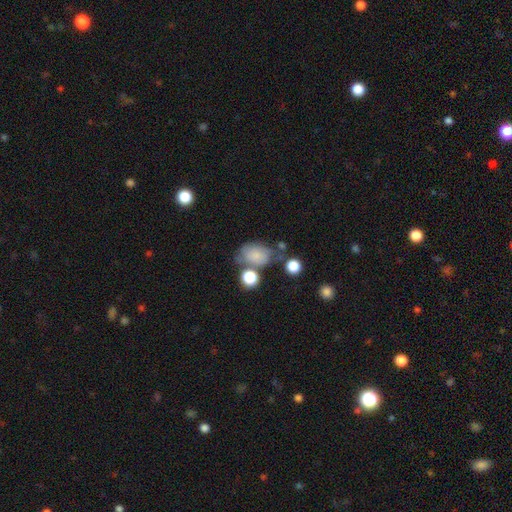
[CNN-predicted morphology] Overall: smooth (72%). How rounded: in between (75%). Merging: none (44%; minor disturbance 24%).